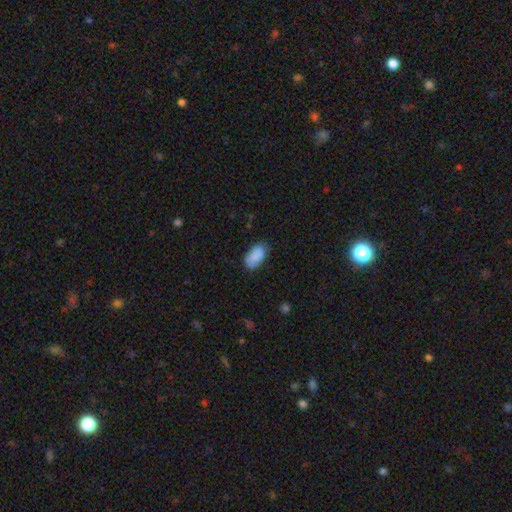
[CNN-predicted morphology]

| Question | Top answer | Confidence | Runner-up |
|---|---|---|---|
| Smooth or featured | smooth | 87% | star or artifact (7%) |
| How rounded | in between | 94% | round (4%) |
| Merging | none | 75% | minor disturbance (20%) |